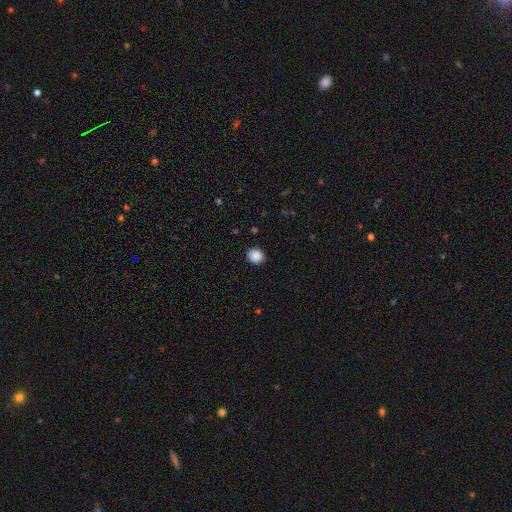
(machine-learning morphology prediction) Overall: smooth (88%). How rounded: round (78%). Merging: none (90%).